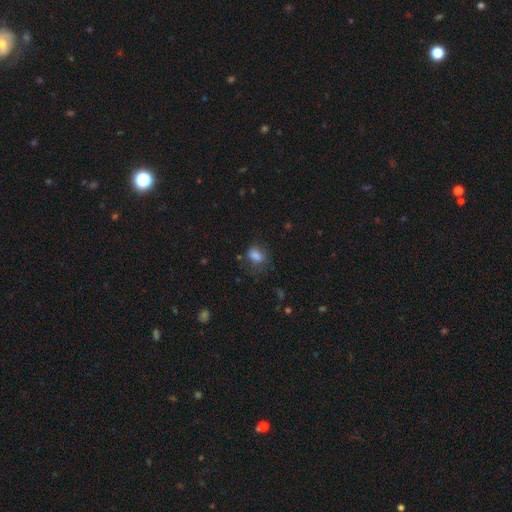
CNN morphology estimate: smooth_or_featured: smooth (p=0.79) [alt: star or artifact p=0.11]
how_rounded: in between (p=0.72) [alt: round p=0.25]
merging: none (p=0.57) [alt: minor disturbance p=0.25]